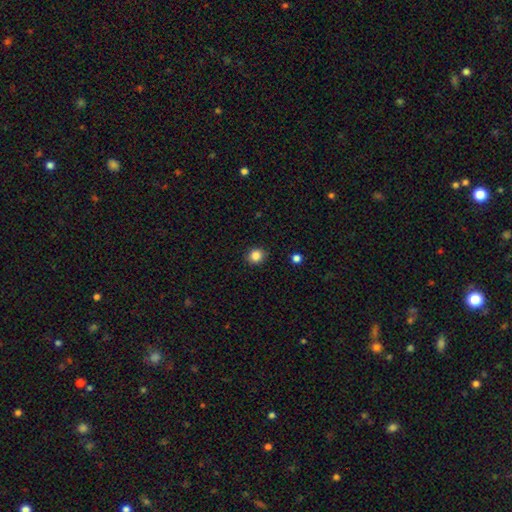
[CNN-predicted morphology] Smooth or featured?
  - smooth: 85% *
  - star or artifact: 11%
  - featured or disk: 4%
How rounded?
  - round: 84% *
  - in between: 15%
  - cigar-shaped: 1%
Merging?
  - none: 90% *
  - minor disturbance: 7%
  - major disturbance: 2%
  - merger: 1%